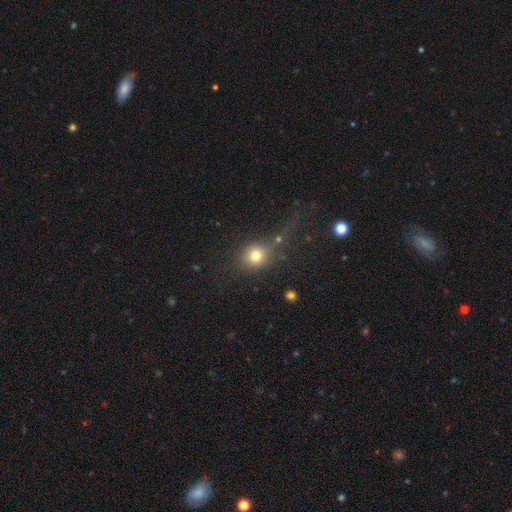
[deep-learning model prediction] A smooth galaxy with no disk features (75%) that is round (78%).

Vote fractions:
- Smooth or featured? smooth: 75% / star or artifact: 15% / featured or disk: 10%
- How rounded? round: 78% / in between: 21% / cigar-shaped: 2%
- Merging? none: 56% / major disturbance: 17% / minor disturbance: 17% / merger: 10%